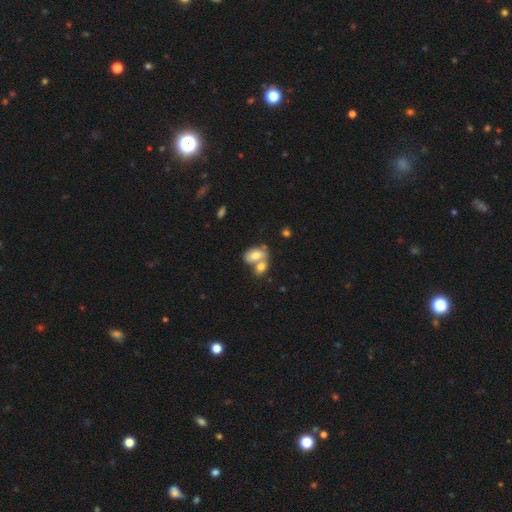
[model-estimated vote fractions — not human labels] smooth_or_featured: smooth (p=0.74) [alt: featured or disk p=0.18]
how_rounded: in between (p=0.86) [alt: round p=0.12]
merging: merger (p=0.60) [alt: none p=0.27]